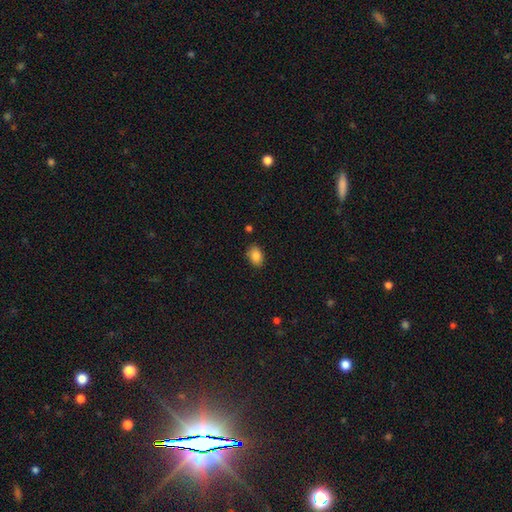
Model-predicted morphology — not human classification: Smooth or featured? Predicted: smooth (p=0.86). How rounded? Predicted: in between (p=0.81). Merging? Predicted: none (p=0.83).